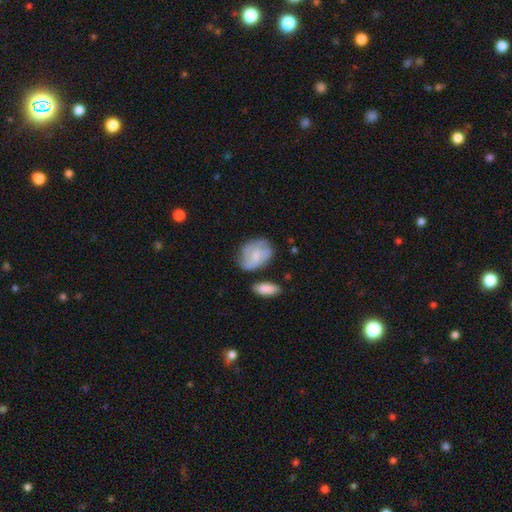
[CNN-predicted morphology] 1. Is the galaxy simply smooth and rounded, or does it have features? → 54% featured or disk, 39% smooth, 7% star or artifact.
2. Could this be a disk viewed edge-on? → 97% no, 3% yes.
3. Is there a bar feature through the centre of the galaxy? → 59% no, 35% weak, 5% strong.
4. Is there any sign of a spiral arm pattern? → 77% yes, 23% no.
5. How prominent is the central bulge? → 49% small, 33% moderate, 14% none, 3% large, 1% dominant.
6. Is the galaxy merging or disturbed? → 56% none, 26% minor disturbance, 11% major disturbance, 8% merger.